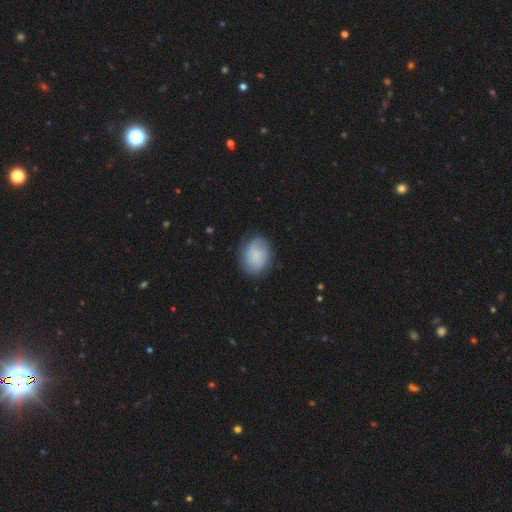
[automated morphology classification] Overall: smooth (68%). How rounded: in between (51%; round 48%). Merging: none (74%).